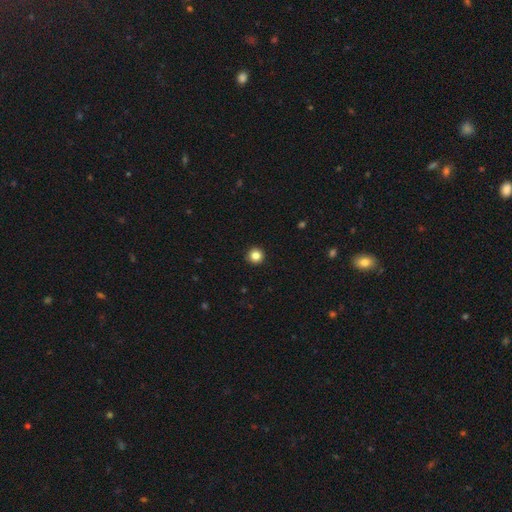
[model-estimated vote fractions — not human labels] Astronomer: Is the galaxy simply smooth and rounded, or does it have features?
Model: smooth — 85%.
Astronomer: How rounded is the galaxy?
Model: round — 96%.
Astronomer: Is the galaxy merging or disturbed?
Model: none — 94%.